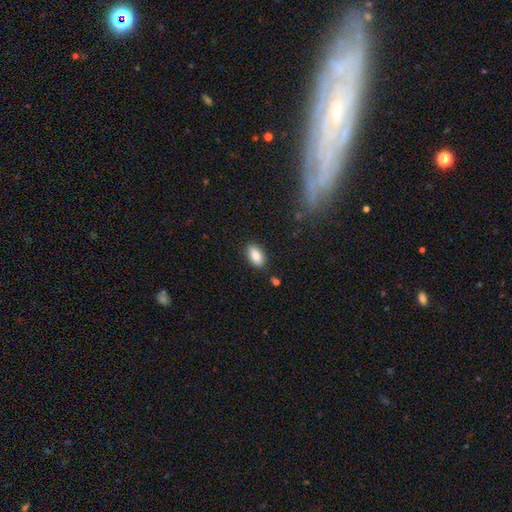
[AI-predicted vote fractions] A smooth galaxy with no disk features (87%) that is in between round and cigar-shaped (92%). Merging: none (86%).